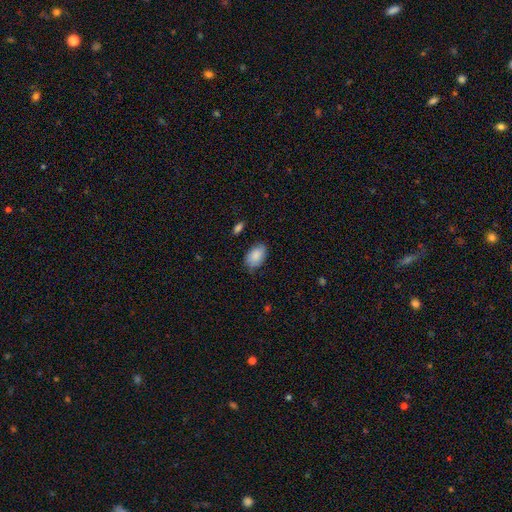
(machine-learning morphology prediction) type=smooth (87%); roundness=in between (91%); merging=none (75%).